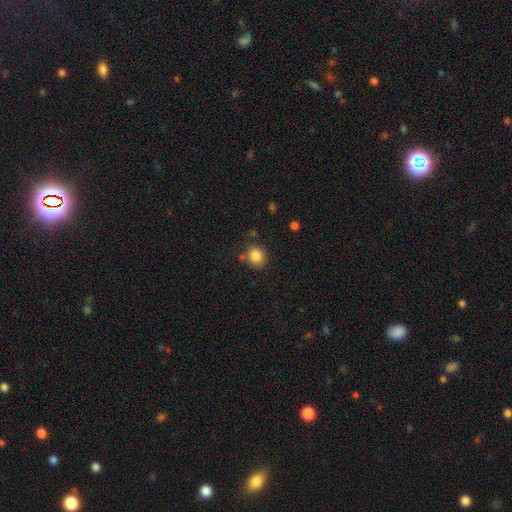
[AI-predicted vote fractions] The model was most divided on "how rounded": round: 68%, in between: 31%, cigar-shaped: 1%. More confident: smooth or featured — smooth (84%); merging — none (76%).